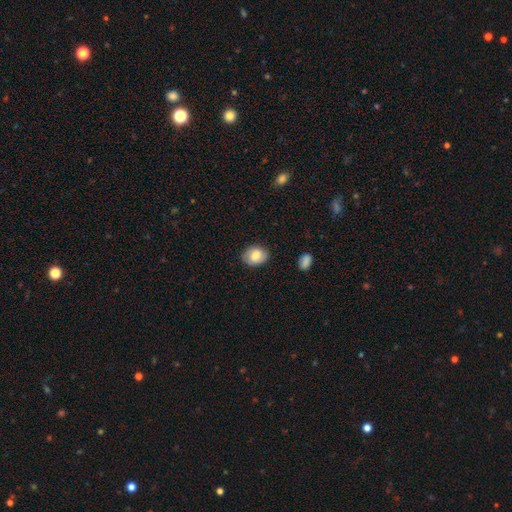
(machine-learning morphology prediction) This is likely a smooth galaxy (75%). How rounded: likely in between (64%). Merging: likely none (79%).